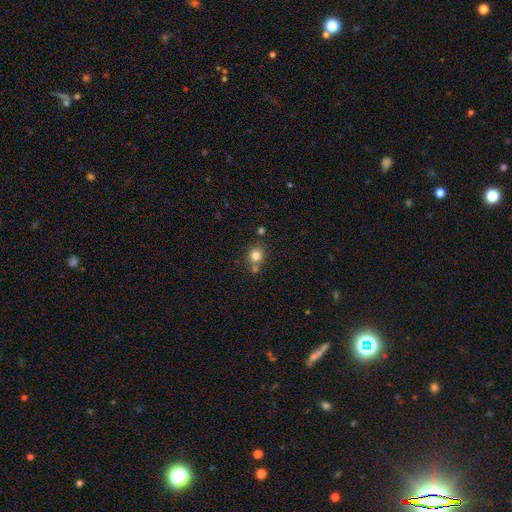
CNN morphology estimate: A smooth galaxy with no disk features (81%) that is round (79%). Merging: none (67%).